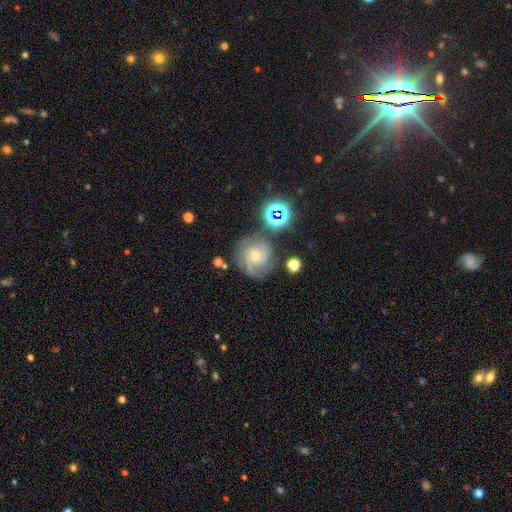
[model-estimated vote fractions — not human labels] Smooth or featured? featured or disk (76%)
Edge-on disk? no (98%)
Bar? no (64%)
Spiral arms? yes (96%)
Spiral winding? tight (62%)
Spiral arm count? 3 (36%)
Bulge size? small (58%)
Merging? none (74%)